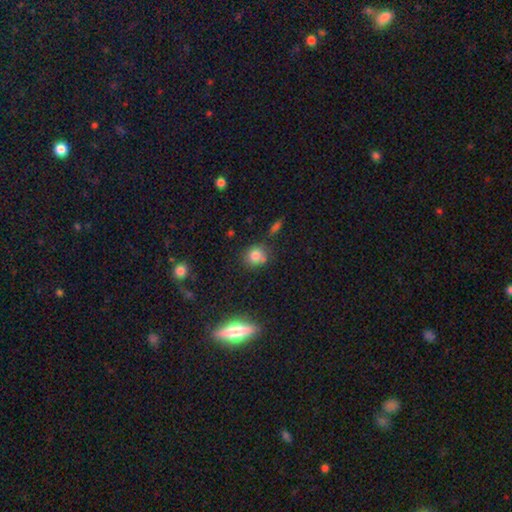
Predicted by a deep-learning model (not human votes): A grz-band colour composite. It shows a smooth galaxy with no disk features (78%) that is round (82%). Merging: none (71%).